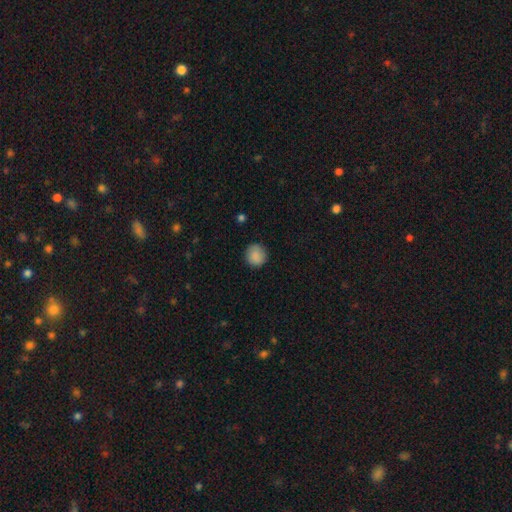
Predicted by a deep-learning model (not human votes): Q: Smooth or featured?
A: smooth (88%); runner-up: star or artifact (8%)
Q: How rounded?
A: round (91%); runner-up: in between (8%)
Q: Merging?
A: none (87%); runner-up: minor disturbance (10%)